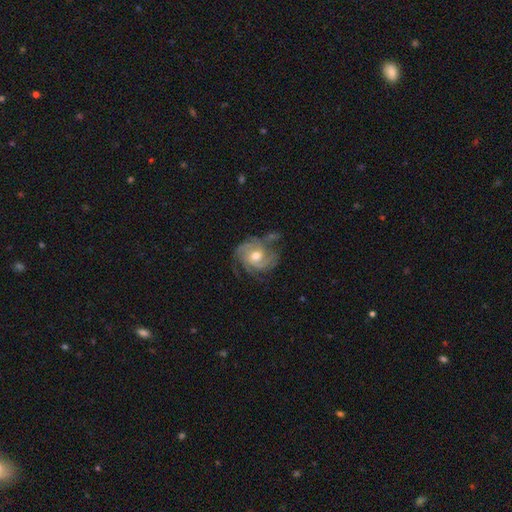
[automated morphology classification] Smooth or featured?
  - featured or disk: 84% *
  - smooth: 10%
  - star or artifact: 6%
Edge-on disk?
  - no: 98% *
  - yes: 2%
Bar?
  - no: 68% *
  - weak: 26%
  - strong: 5%
Spiral arms?
  - yes: 95% *
  - no: 5%
Spiral winding?
  - tight: 59% *
  - medium: 32%
  - loose: 9%
Spiral arm count?
  - 3: 33% *
  - can't tell: 23%
  - 4: 19%
  - 2: 14%
  - more than 4: 6%
  - 1: 6%
Bulge size?
  - moderate: 72% *
  - small: 21%
  - large: 4%
  - none: 1%
  - dominant: 1%
Merging?
  - none: 62% *
  - minor disturbance: 21%
  - major disturbance: 12%
  - merger: 4%